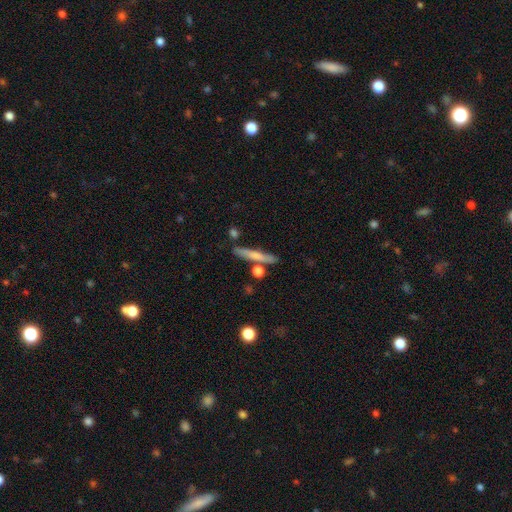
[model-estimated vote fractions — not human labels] This is likely a smooth galaxy (62%). How rounded: clearly cigar-shaped (91%). Merging: likely none (79%).